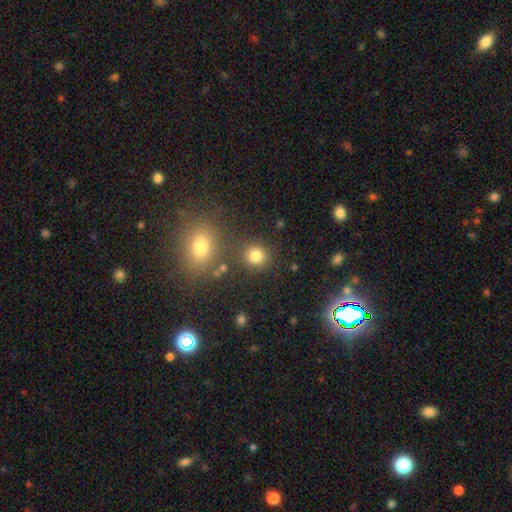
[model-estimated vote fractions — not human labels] This appears to be a smooth galaxy with no disk features (81%) that is round (86%). Merging: none (79%).